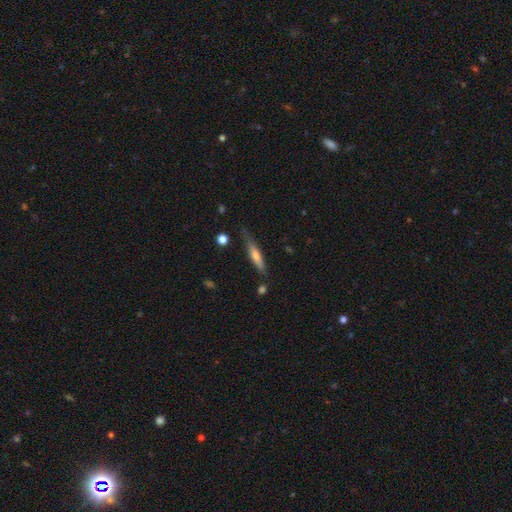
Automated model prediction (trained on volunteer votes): Smooth or featured? smooth (50%)
Merging? none (73%)